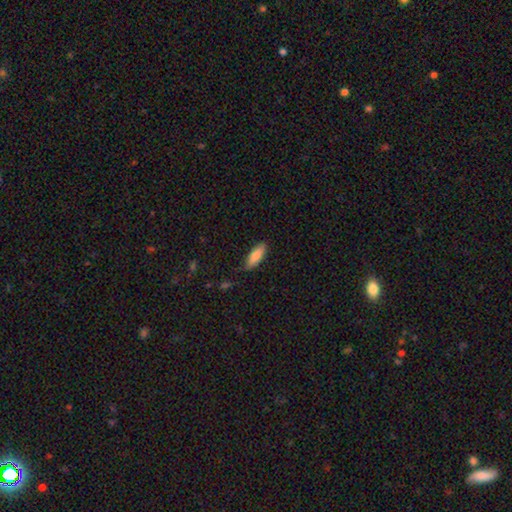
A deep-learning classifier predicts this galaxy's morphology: smooth 85%, featured or disk 9%, star or artifact 6%. Down the decision tree: how rounded — in between (61%); merging — none (78%).